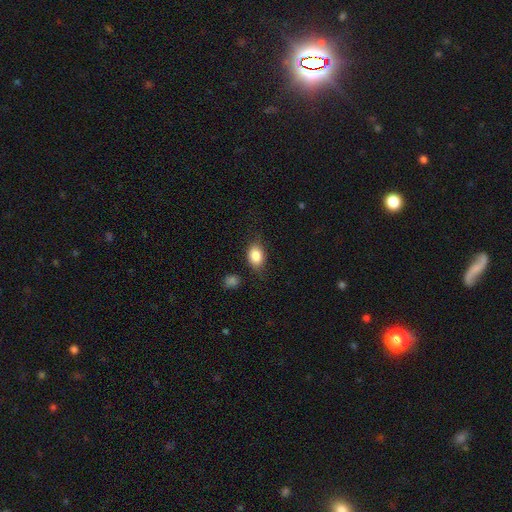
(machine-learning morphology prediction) Smooth or featured?
  - smooth: 83% *
  - featured or disk: 8%
  - star or artifact: 8%
How rounded?
  - in between: 76% *
  - round: 22%
  - cigar-shaped: 2%
Merging?
  - none: 73% *
  - minor disturbance: 19%
  - major disturbance: 5%
  - merger: 3%